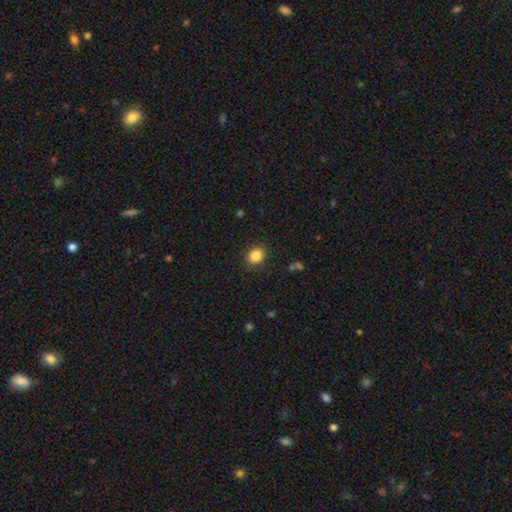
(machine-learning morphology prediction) Q: Smooth or featured?
A: smooth (86%); runner-up: star or artifact (10%)
Q: How rounded?
A: round (51%); runner-up: in between (49%)
Q: Merging?
A: none (89%); runner-up: minor disturbance (8%)